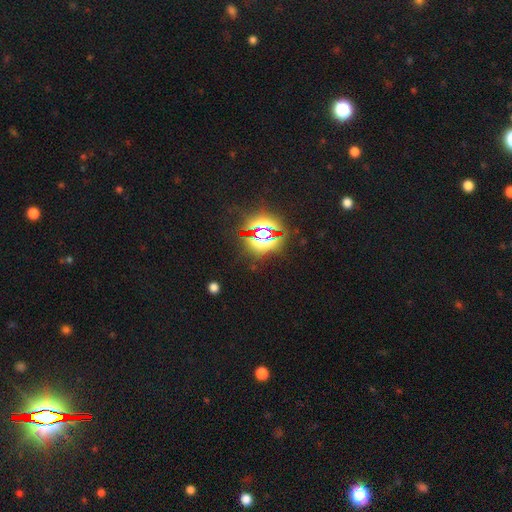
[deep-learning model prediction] Q: Smooth or featured?
A: star or artifact (85%); runner-up: smooth (9%)